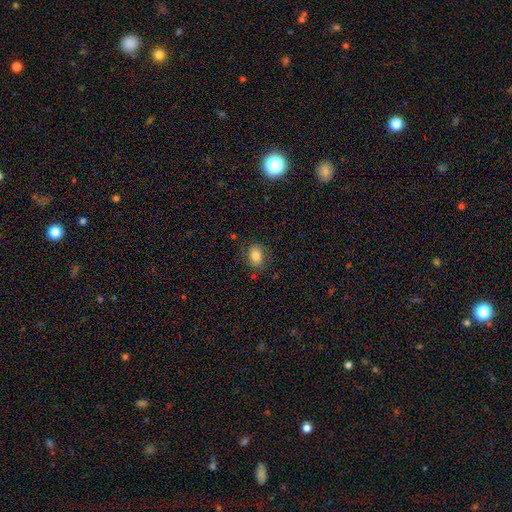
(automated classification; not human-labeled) The model was most divided on "how rounded": in between: 63%, round: 36%, cigar-shaped: 1%. More confident: smooth or featured — smooth (80%); merging — none (74%).